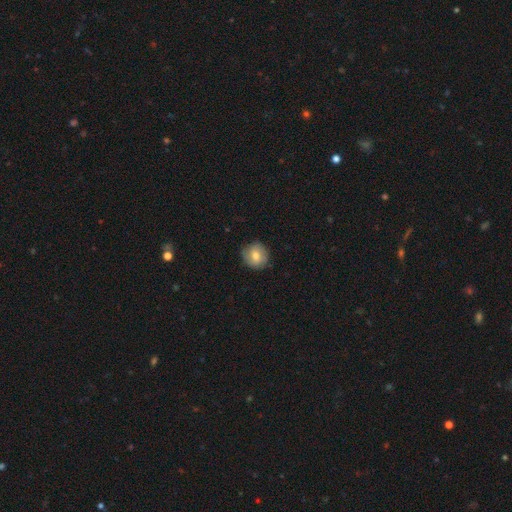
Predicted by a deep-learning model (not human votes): This appears to be a smooth galaxy with no disk features (67%) that is round (89%). Merging: none (81%).